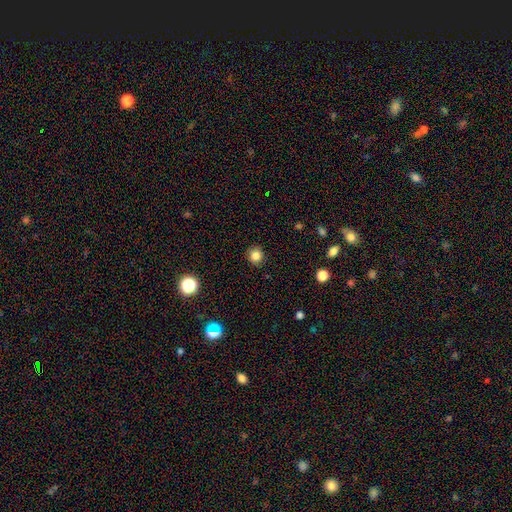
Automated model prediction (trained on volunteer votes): A smooth galaxy with no disk features (82%) that is round (90%). Merging: none (90%).